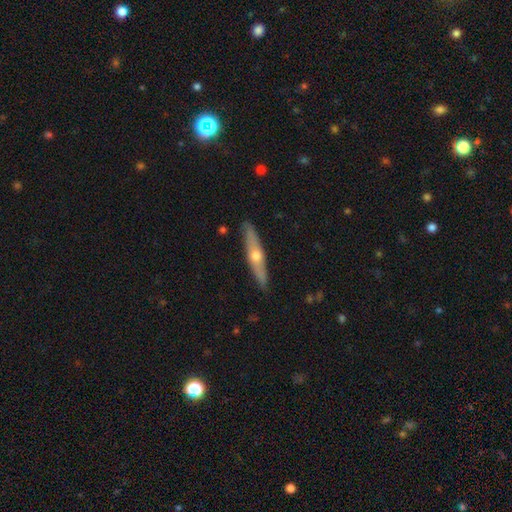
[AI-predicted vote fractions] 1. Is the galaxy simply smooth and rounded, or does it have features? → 59% featured or disk, 35% smooth, 6% star or artifact.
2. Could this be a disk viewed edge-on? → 89% yes, 11% no.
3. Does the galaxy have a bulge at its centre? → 89% rounded, 9% none, 2% boxy.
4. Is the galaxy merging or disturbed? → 89% none, 8% minor disturbance, 2% major disturbance, 1% merger.